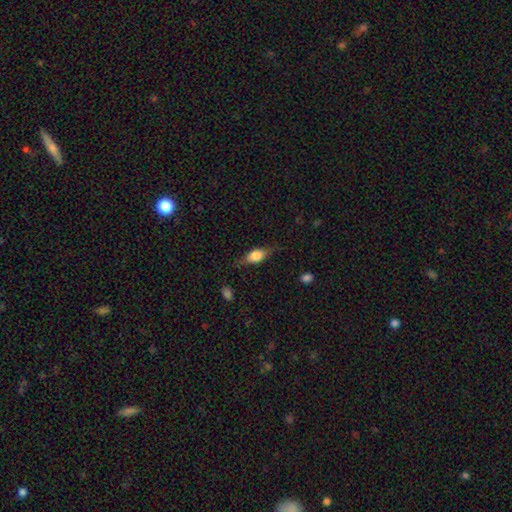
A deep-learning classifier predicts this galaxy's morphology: Overall: smooth (60%; featured or disk 32%). How rounded: in between (74%). Merging: none (69%).